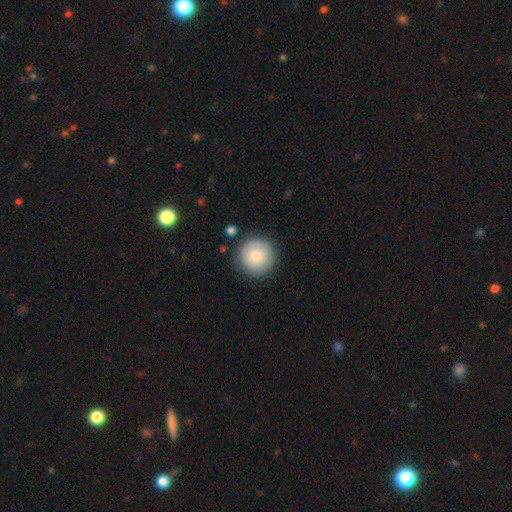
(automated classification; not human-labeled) Smooth or featured? Predicted: smooth (p=0.80). How rounded? Predicted: round (p=0.96). Merging? Predicted: none (p=0.85).